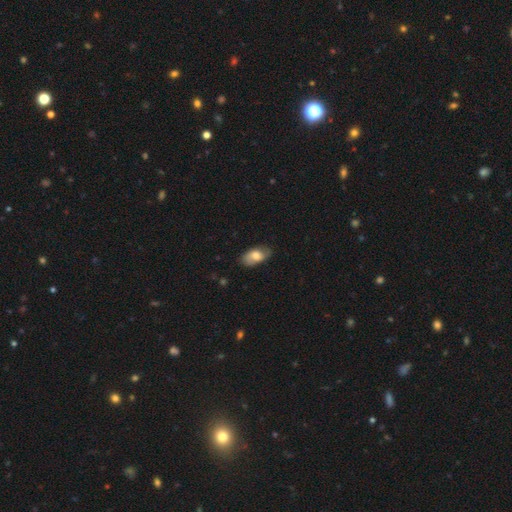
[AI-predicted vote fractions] Q: Smooth or featured?
A: smooth (69%); runner-up: featured or disk (25%)
Q: How rounded?
A: in between (92%); runner-up: round (5%)
Q: Merging?
A: none (76%); runner-up: minor disturbance (19%)